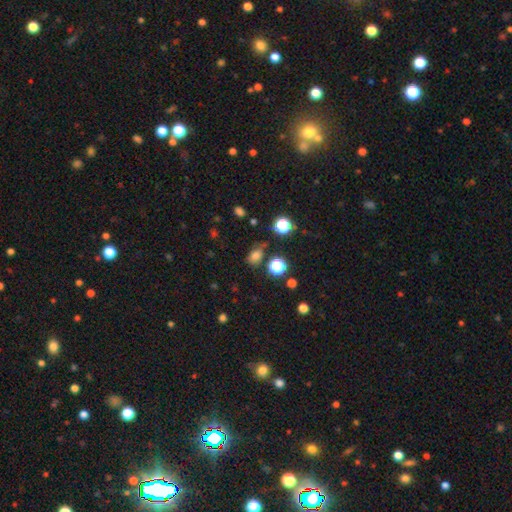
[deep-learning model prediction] smooth-or-featured: smooth: 70% | star or artifact: 23% | featured or disk: 7%
  how-rounded: in between: 61% | round: 38% | cigar-shaped: 2%
  merging: none: 65% | minor disturbance: 21% | major disturbance: 8% | merger: 6%